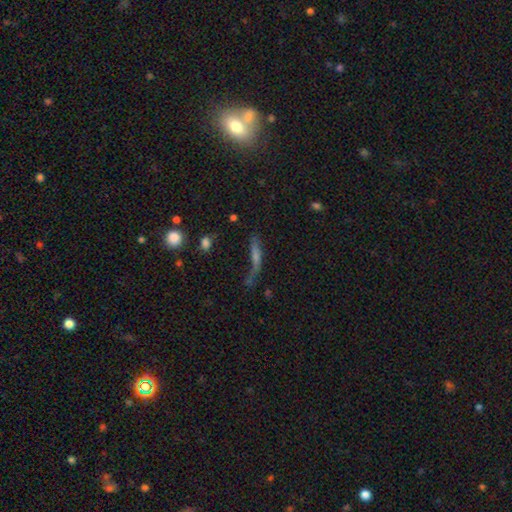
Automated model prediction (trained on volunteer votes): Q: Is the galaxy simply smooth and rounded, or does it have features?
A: featured or disk — 41%, tied with smooth.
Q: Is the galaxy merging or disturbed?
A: none — 38%.